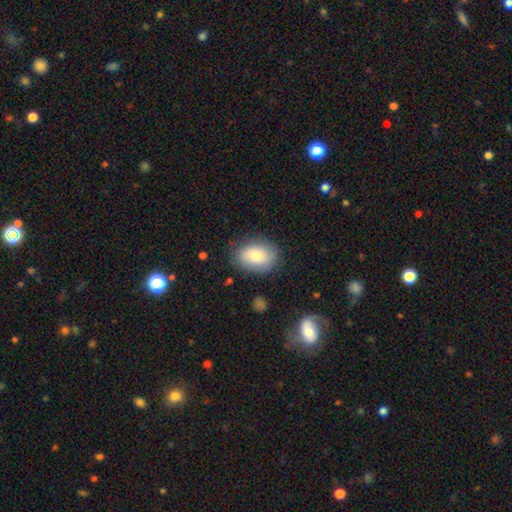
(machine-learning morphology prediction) A smooth galaxy with no disk features (77%) that is in between round and cigar-shaped (71%). Merging: none (78%).